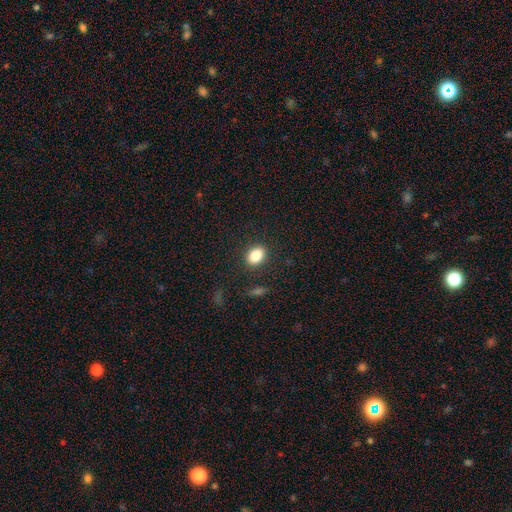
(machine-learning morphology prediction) Overall: smooth (85%). How rounded: in between (69%; round 30%). Merging: none (87%).